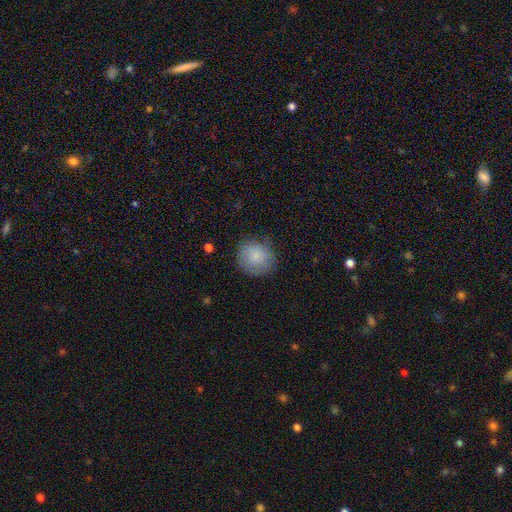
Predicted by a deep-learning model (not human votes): Morphology: type=smooth (78%); roundness=round (84%); merging=none (76%).